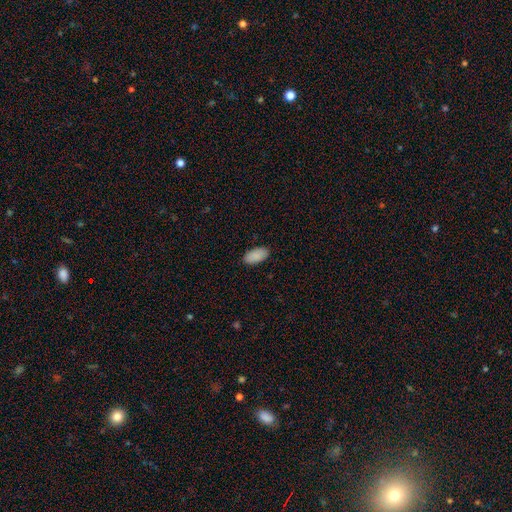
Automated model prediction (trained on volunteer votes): This appears to be a smooth galaxy with no disk features (90%) that is in between round and cigar-shaped (94%). Merging: none (89%).